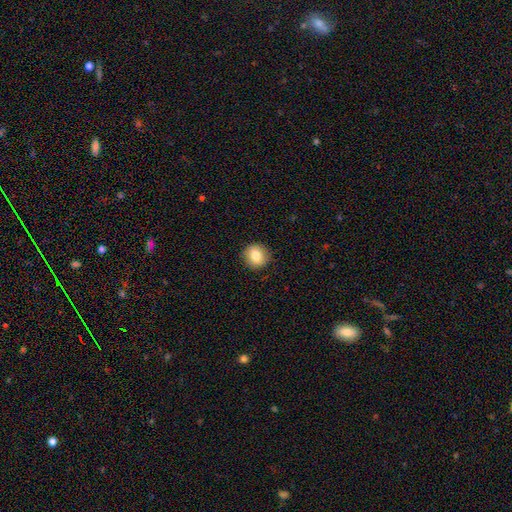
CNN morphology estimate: Smooth or featured? smooth (81%)
How rounded? round (90%)
Merging? none (90%)